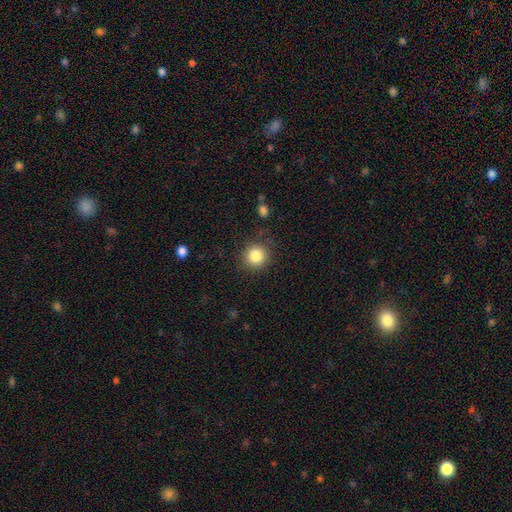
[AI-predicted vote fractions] smooth 84%, star or artifact 10%, featured or disk 6%. Down the decision tree: how rounded — round (91%); merging — none (87%).